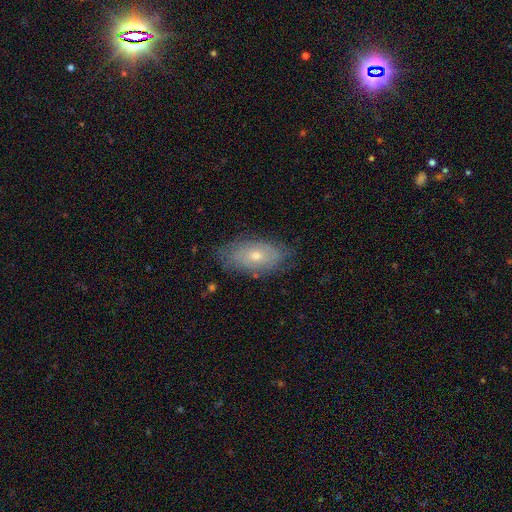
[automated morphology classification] This is possibly a smooth galaxy (47%). Merging: likely none (73%).